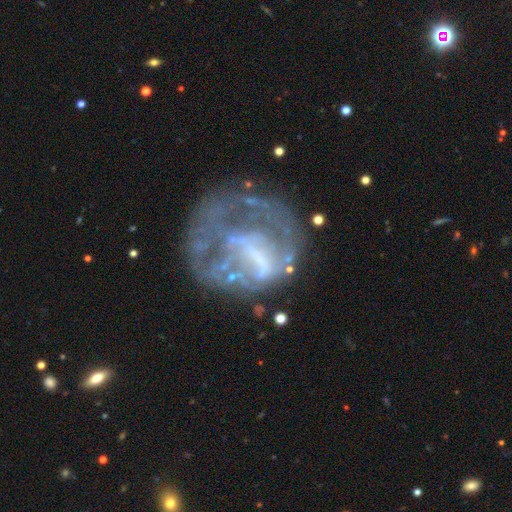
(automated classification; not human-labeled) Overall: featured or disk (72%). Edge-on disk: no (98%). Bar: no (51%; weak 31%). Spiral arms: no (65%; yes 35%). Bulge size: none (58%; small 21%). Merging: major disturbance (39%, tied with none).